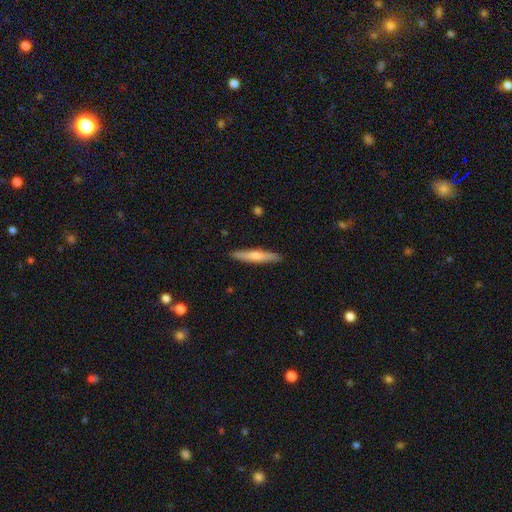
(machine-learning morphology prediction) Q: Smooth or featured?
A: smooth (58%); runner-up: featured or disk (37%)
Q: How rounded?
A: cigar-shaped (92%); runner-up: in between (7%)
Q: Merging?
A: none (90%); runner-up: minor disturbance (7%)